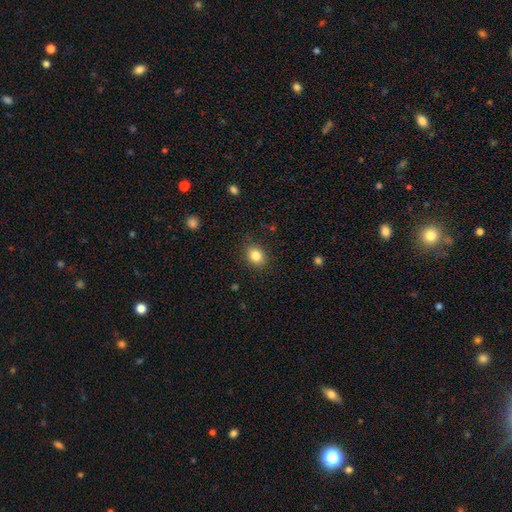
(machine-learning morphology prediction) This is clearly a smooth galaxy (84%). How rounded: possibly in between (51%). Merging: clearly none (86%).